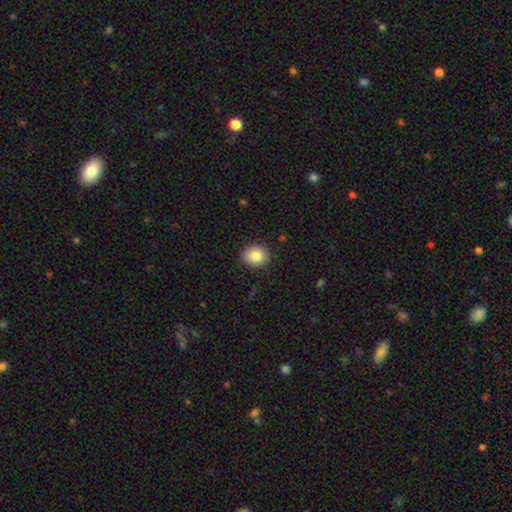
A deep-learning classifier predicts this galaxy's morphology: Q: Smooth or featured?
A: smooth (85%); runner-up: star or artifact (8%)
Q: How rounded?
A: round (58%); runner-up: in between (41%)
Q: Merging?
A: none (88%); runner-up: minor disturbance (9%)